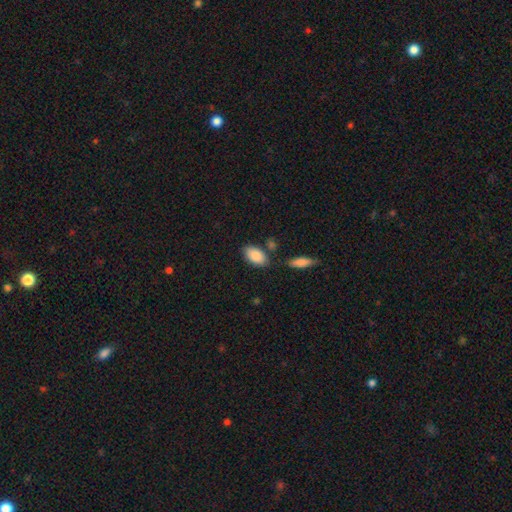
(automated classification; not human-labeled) Overall: smooth (87%). How rounded: in between (93%). Merging: none (73%).